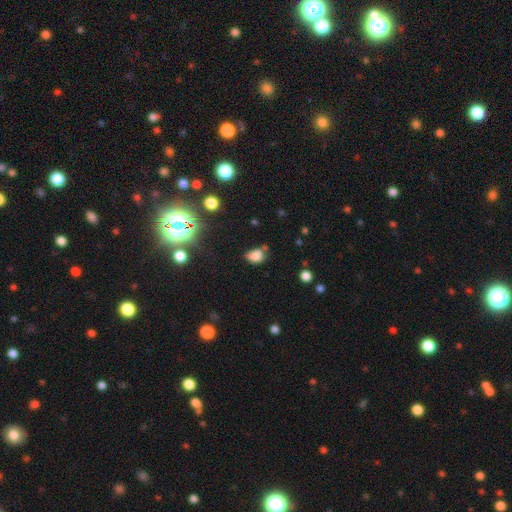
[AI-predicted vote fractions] Morphology: type=smooth (74%); roundness=in between (72%); merging=none (46%).